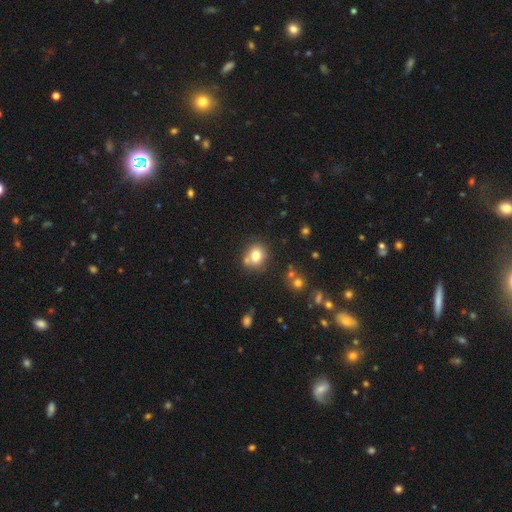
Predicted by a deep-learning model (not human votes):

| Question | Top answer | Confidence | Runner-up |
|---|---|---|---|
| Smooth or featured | smooth | 77% | featured or disk (12%) |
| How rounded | round | 71% | in between (28%) |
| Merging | none | 65% | merger (16%) |